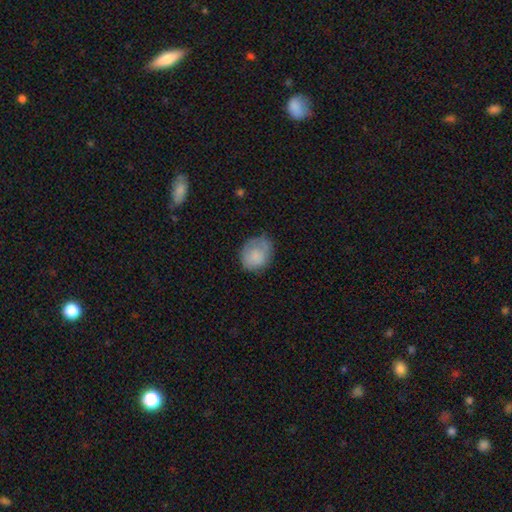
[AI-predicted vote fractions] smooth 76%, featured or disk 17%, star or artifact 7%. Down the decision tree: how rounded — round (61%); merging — none (59%).